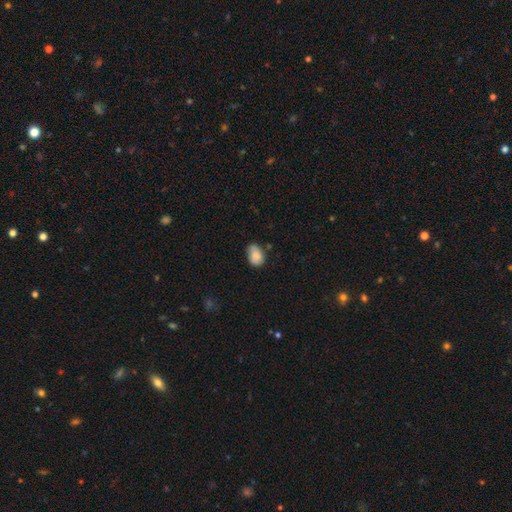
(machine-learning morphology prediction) This is clearly a smooth galaxy (83%). How rounded: likely in between (79%). Merging: possibly none (58%).